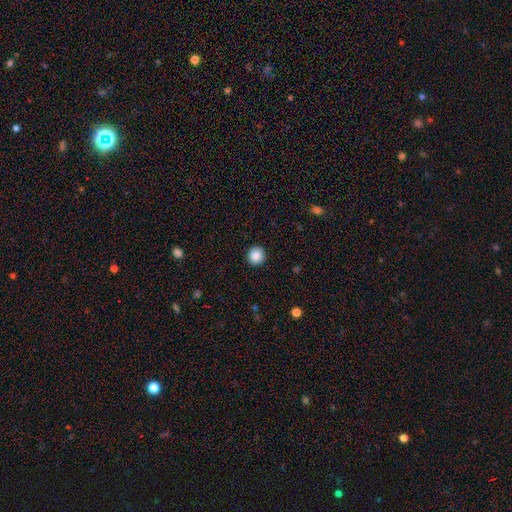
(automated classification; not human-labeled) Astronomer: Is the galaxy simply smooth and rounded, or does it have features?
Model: smooth — 88%.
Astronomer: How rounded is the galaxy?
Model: round — 94%.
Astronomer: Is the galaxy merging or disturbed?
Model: none — 93%.